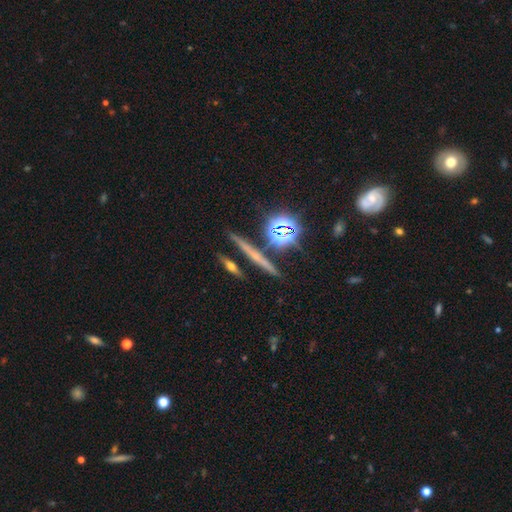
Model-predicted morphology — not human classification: Overall: featured or disk (41%; smooth 30%). Merging: none (84%).